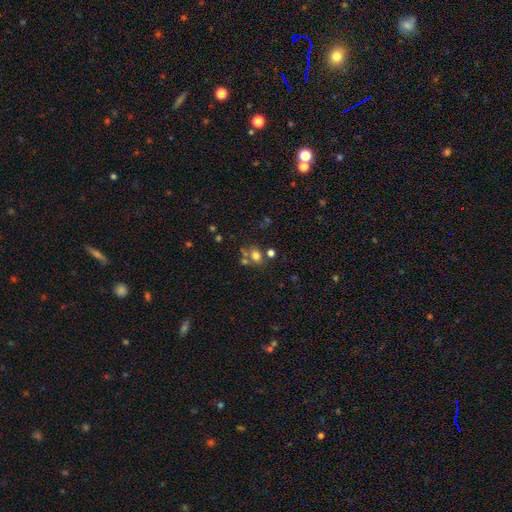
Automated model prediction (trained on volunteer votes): A smooth galaxy with no disk features (69%) that is round (52%).

Vote fractions:
- Smooth or featured? smooth: 69% / star or artifact: 17% / featured or disk: 13%
- How rounded? round: 52% / in between: 47% / cigar-shaped: 1%
- Merging? none: 52% / merger: 30% / minor disturbance: 12% / major disturbance: 6%